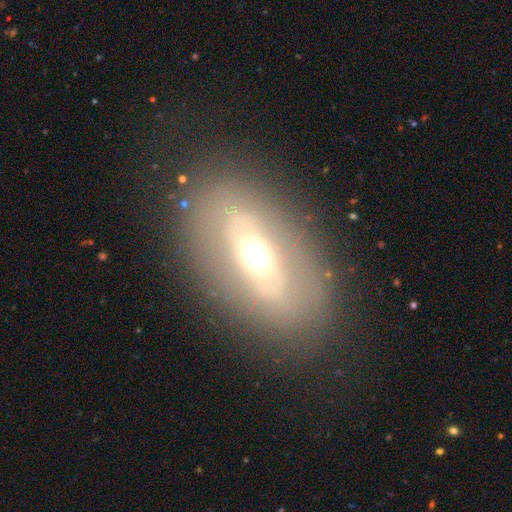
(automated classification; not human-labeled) Smooth or featured: featured or disk — 55% (smooth — 36%)
Edge-on disk: no — 79% (yes — 21%)
Merging: none — 80% (minor disturbance — 11%)